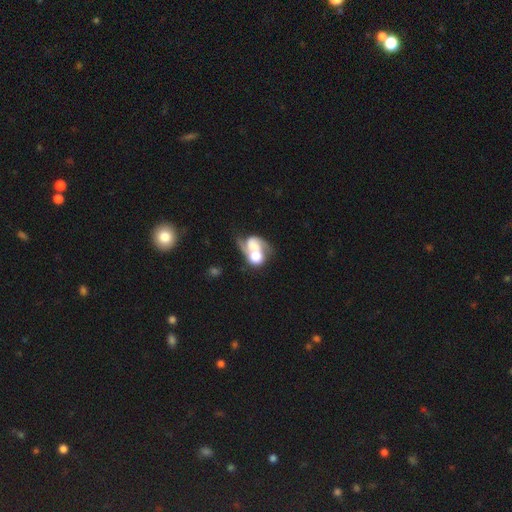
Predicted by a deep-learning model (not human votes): smooth-or-featured: featured or disk: 52% | smooth: 40% | star or artifact: 9%
  disk-edge-on: no: 97% | yes: 3%
    bar: no: 74% | weak: 18% | strong: 8%
    has-spiral-arms: yes: 62% | no: 38%
    bulge-size: large: 31% | moderate: 20% | none: 18% | dominant: 16% | small: 15%
  merging: merger: 69% | none: 13% | major disturbance: 11% | minor disturbance: 7%